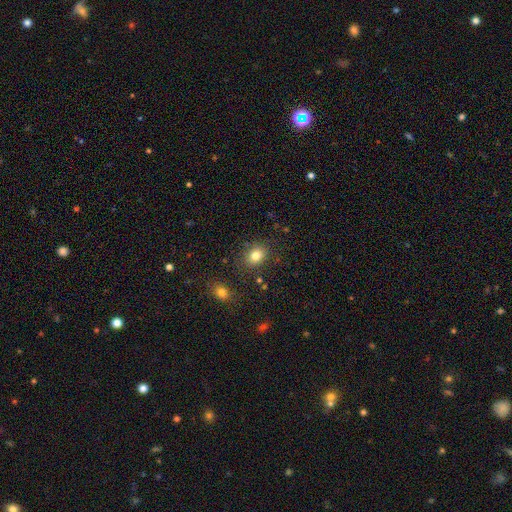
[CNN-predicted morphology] Smooth or featured: smooth — 82% (star or artifact — 11%)
How rounded: in between — 52% (round — 47%)
Merging: none — 82% (minor disturbance — 11%)